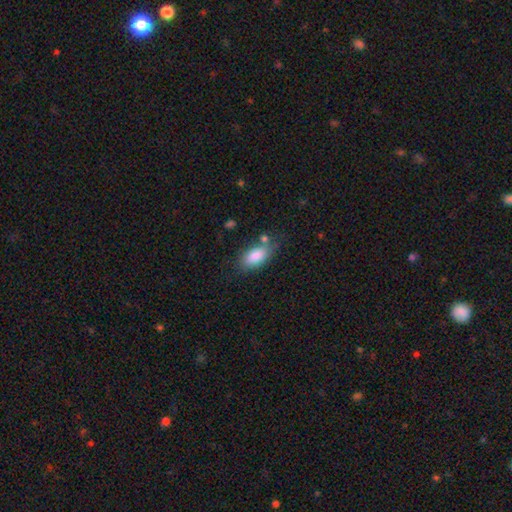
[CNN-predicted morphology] A smooth galaxy with no disk features (86%) that is in between round and cigar-shaped (91%).

Vote fractions:
- Smooth or featured? smooth: 86% / featured or disk: 8% / star or artifact: 7%
- How rounded? in between: 91% / cigar-shaped: 6% / round: 4%
- Merging? none: 66% / minor disturbance: 19% / merger: 9% / major disturbance: 6%